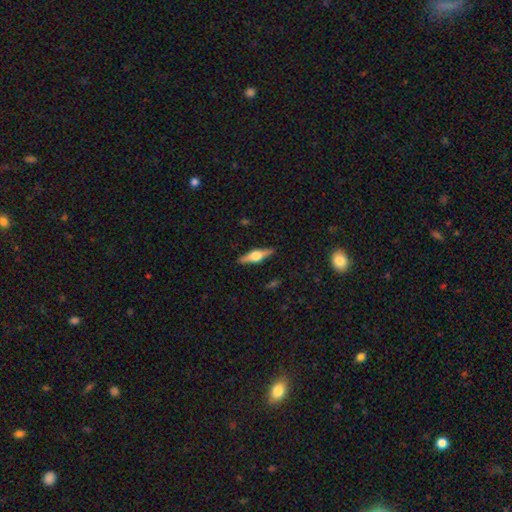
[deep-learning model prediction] This is likely a featured or disk galaxy (72%). It is clearly viewed edge-on (97%). Edge-on bulge: clearly rounded (93%). Merging: clearly none (90%).